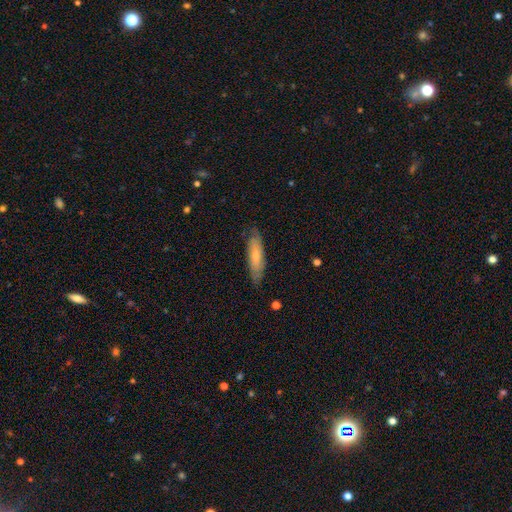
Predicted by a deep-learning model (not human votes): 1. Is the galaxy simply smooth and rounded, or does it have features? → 64% smooth, 30% featured or disk, 6% star or artifact.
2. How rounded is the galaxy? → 64% cigar-shaped, 34% in between, 1% round.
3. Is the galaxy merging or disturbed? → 80% none, 16% minor disturbance, 3% major disturbance, 1% merger.